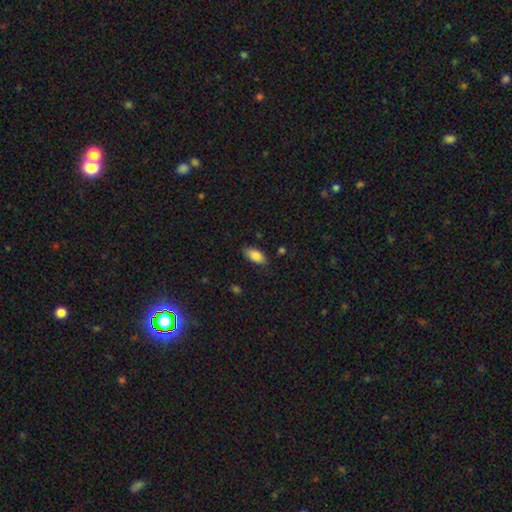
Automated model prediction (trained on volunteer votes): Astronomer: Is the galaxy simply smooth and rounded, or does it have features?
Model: smooth — 85%.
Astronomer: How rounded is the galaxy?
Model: in between — 90%.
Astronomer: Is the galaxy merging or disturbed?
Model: none — 82%.